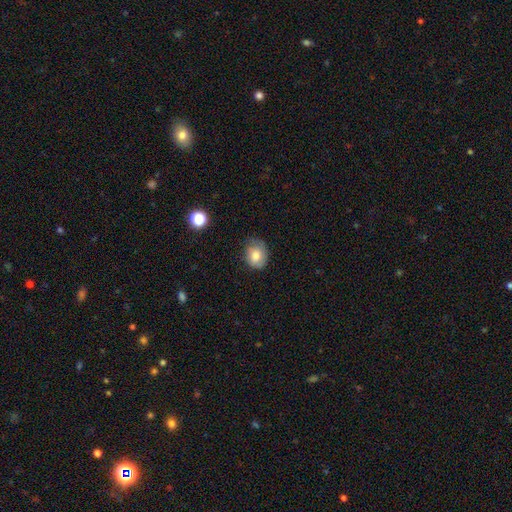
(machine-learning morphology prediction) A smooth galaxy with no disk features (74%) that is round (58%). Merging: none (59%).